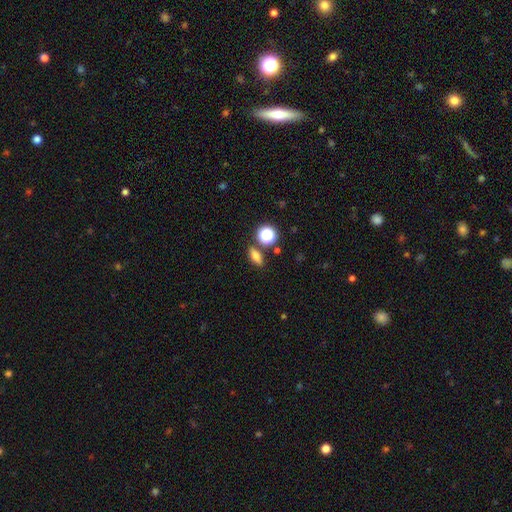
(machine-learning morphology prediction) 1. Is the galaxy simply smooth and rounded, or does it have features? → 68% smooth, 17% featured or disk, 15% star or artifact.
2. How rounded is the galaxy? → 60% in between, 20% cigar-shaped, 20% round.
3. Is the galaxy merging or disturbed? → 79% none, 10% minor disturbance, 7% merger, 3% major disturbance.